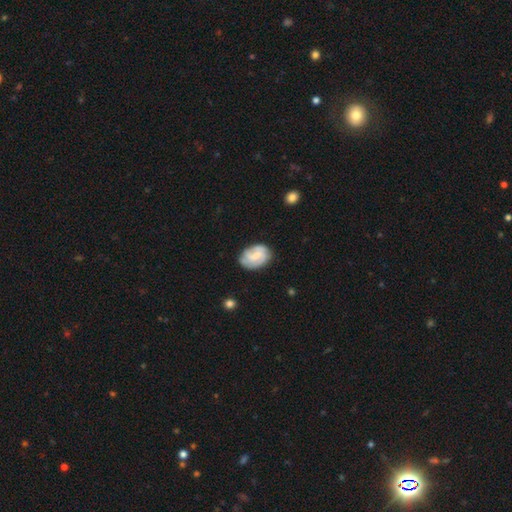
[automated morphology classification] Smooth or featured? Predicted: featured or disk (p=0.51). Edge-on disk? Predicted: no (p=0.97). Bar? Predicted: weak (p=0.49). Spiral arms? Predicted: yes (p=0.79). Bulge size? Predicted: small (p=0.37). Merging? Predicted: none (p=0.68).